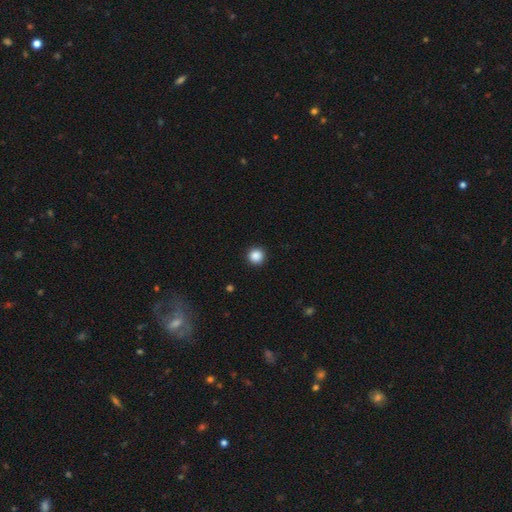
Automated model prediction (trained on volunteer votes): The model was most divided on "smooth or featured": smooth: 88%, star or artifact: 10%, featured or disk: 3%. More confident: how rounded — round (96%); merging — none (93%).